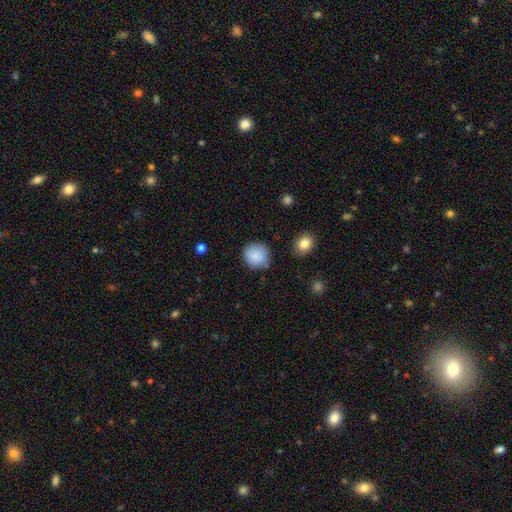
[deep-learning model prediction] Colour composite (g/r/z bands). It shows a smooth galaxy with no disk features (87%) that is round (90%). Merging: none (79%).